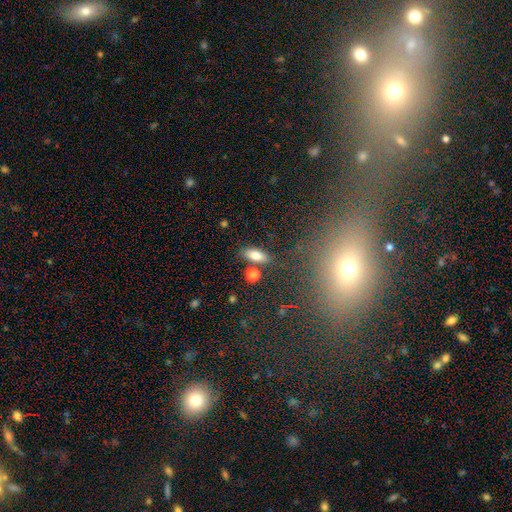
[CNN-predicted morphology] Smooth or featured?
  - smooth: 78% *
  - featured or disk: 12%
  - star or artifact: 9%
How rounded?
  - in between: 82% *
  - cigar-shaped: 14%
  - round: 4%
Merging?
  - none: 76% *
  - minor disturbance: 12%
  - merger: 9%
  - major disturbance: 4%